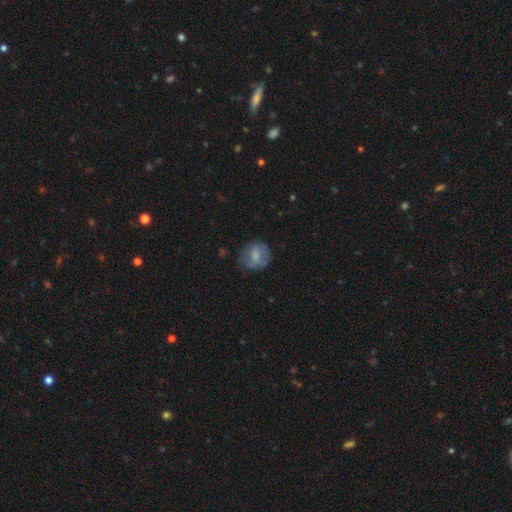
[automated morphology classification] Smooth or featured? Predicted: smooth (p=0.71). How rounded? Predicted: round (p=0.75). Merging? Predicted: none (p=0.70).